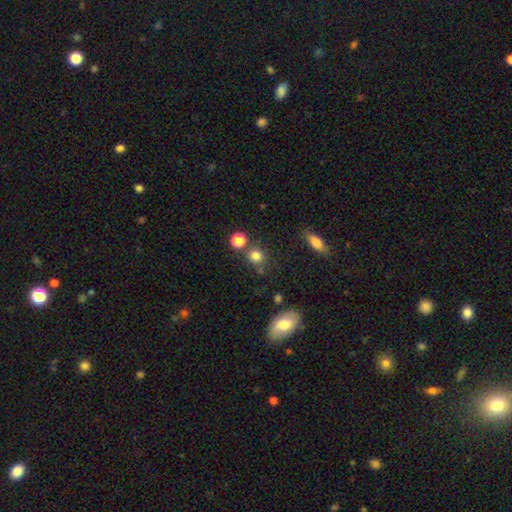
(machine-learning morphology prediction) The model was most divided on "merging": none: 70%, merger: 14%, minor disturbance: 11%, major disturbance: 4%. More confident: how rounded — round (83%); smooth or featured — smooth (80%).